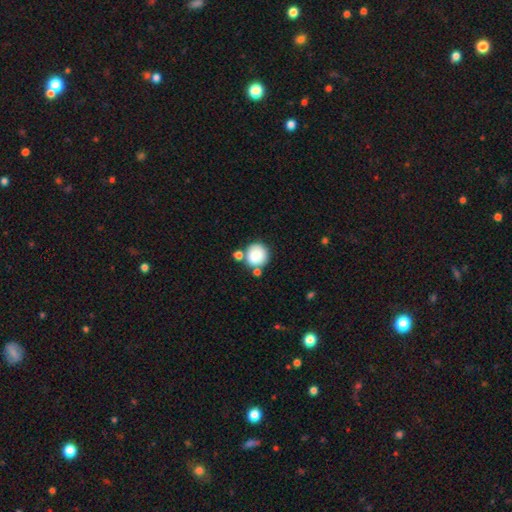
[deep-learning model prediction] A smooth galaxy with no disk features (82%) that is round (91%). Merging: none (63%).